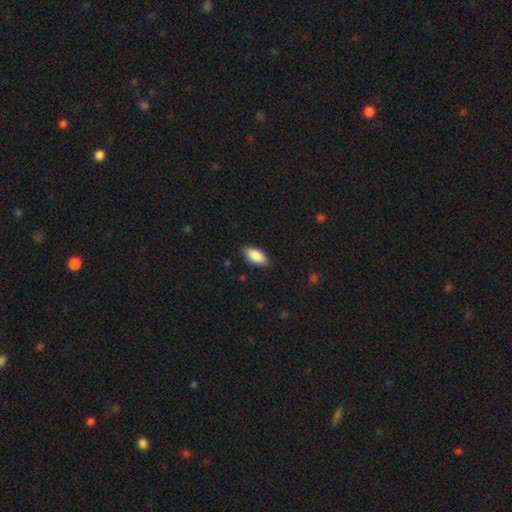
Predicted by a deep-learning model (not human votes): smooth_or_featured: smooth (p=0.88) [alt: star or artifact p=0.06]
how_rounded: in between (p=0.91) [alt: cigar-shaped p=0.07]
merging: none (p=0.87) [alt: minor disturbance p=0.10]